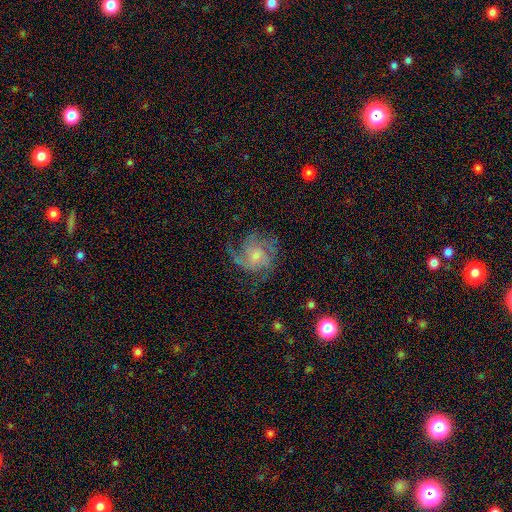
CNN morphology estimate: A featured or disk galaxy (75%) with no bar (67%), medium (44%) spiral arms (91%) and a small central bulge (57%).

Vote fractions:
- Smooth or featured? featured or disk: 75% / smooth: 18% / star or artifact: 8%
- Edge-on disk? no: 98% / yes: 2%
- Bar? no: 67% / weak: 29% / strong: 4%
- Spiral arms? yes: 91% / no: 9%
- Spiral winding? medium: 44% / tight: 33% / loose: 23%
- Spiral arm count? can't tell: 26% / 3: 25% / 2: 25% / 4: 9% / 1: 9% / more than 4: 6%
- Bulge size? small: 57% / moderate: 33% / none: 6% / large: 3% / dominant: 1%
- Merging? none: 56% / major disturbance: 22% / minor disturbance: 20% / merger: 2%